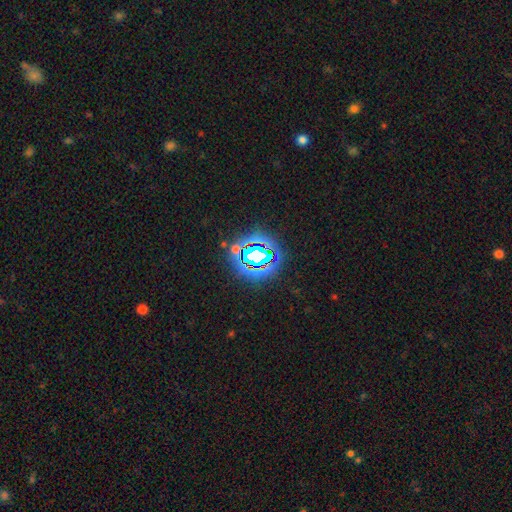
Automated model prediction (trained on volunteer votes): Morphology: type=star or artifact (68%).